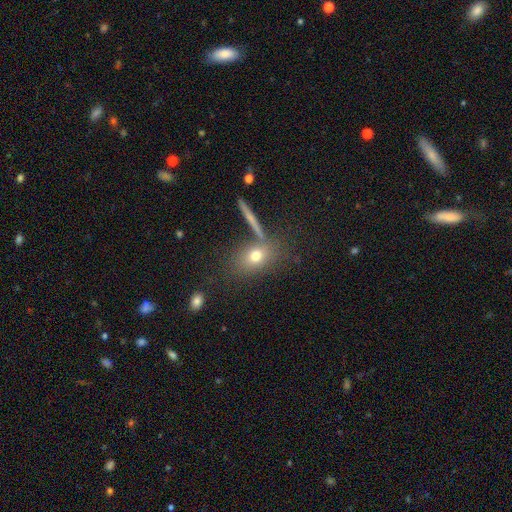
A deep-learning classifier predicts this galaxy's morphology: This appears to be a smooth galaxy with no disk features (70%) that is in between round and cigar-shaped (56%). Merging: none (70%).